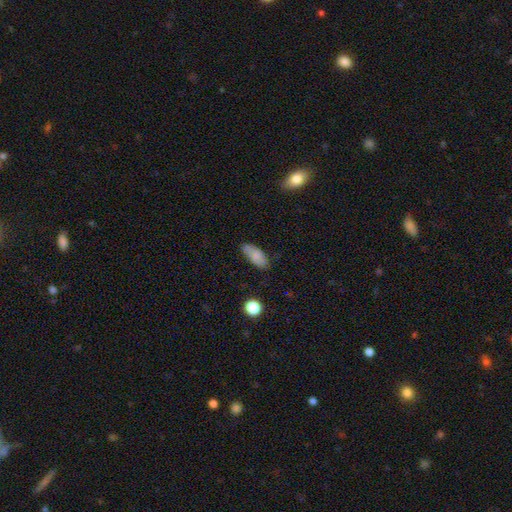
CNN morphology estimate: Overall: smooth (78%). How rounded: in between (84%). Merging: none (69%).